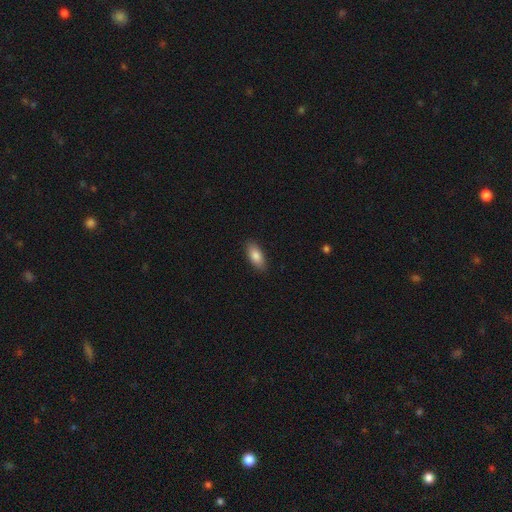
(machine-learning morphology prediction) This is clearly a smooth galaxy (85%). How rounded: clearly in between (87%). Merging: clearly none (88%).